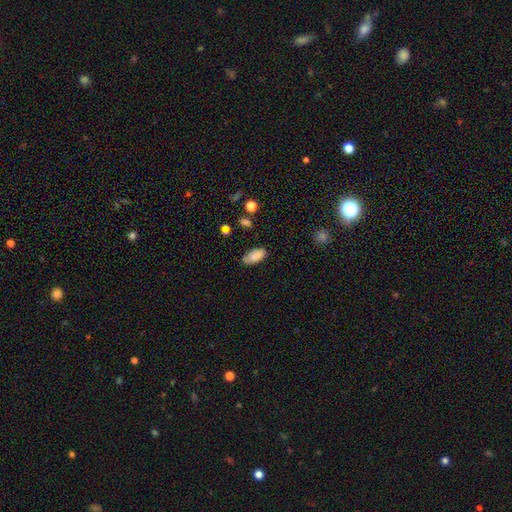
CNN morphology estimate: The model was most divided on "merging": none: 71%, minor disturbance: 22%, major disturbance: 4%, merger: 2%. More confident: how rounded — in between (90%); smooth or featured — smooth (83%).